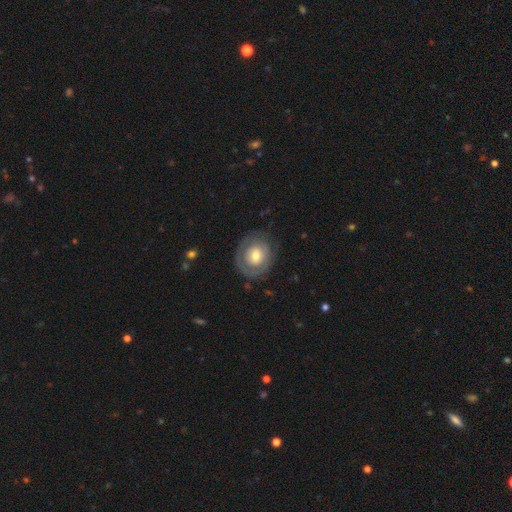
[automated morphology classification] The model was most divided on "smooth or featured": featured or disk: 49%, smooth: 45%, star or artifact: 6%. More confident: merging — none (73%).